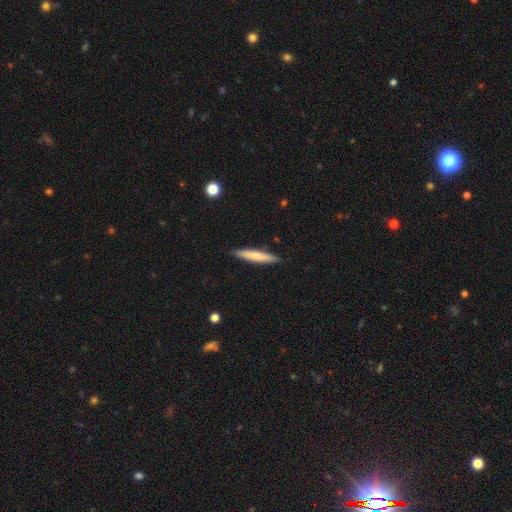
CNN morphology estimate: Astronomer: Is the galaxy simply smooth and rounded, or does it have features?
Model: smooth — 70%.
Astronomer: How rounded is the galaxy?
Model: cigar-shaped — 93%.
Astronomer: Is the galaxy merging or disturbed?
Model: none — 90%.